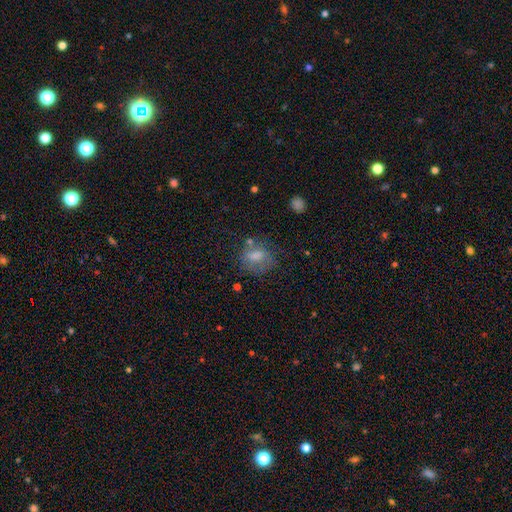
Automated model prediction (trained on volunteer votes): Morphology: type=smooth (59%); roundness=round (50%); merging=none (60%).